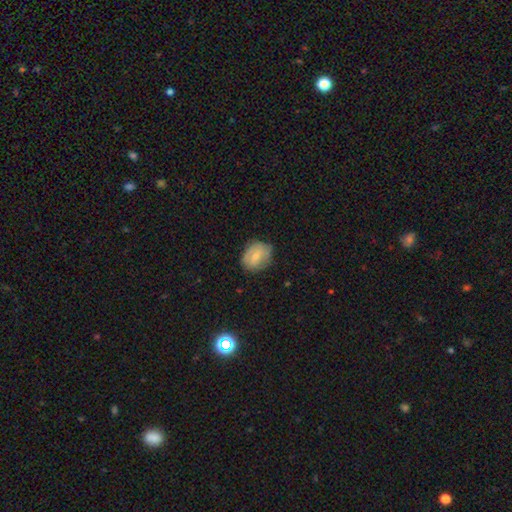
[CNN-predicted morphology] Smooth or featured: smooth — 58% (featured or disk — 35%)
How rounded: in between — 52% (round — 46%)
Merging: none — 65% (minor disturbance — 26%)